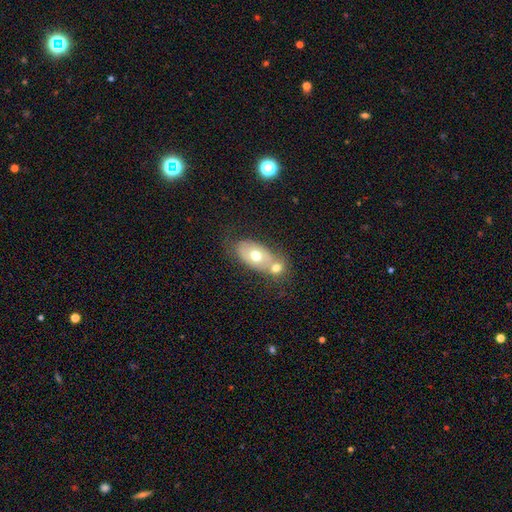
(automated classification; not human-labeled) Smooth or featured? Predicted: smooth (p=0.58). How rounded? Predicted: in between (p=0.85). Merging? Predicted: merger (p=0.51).